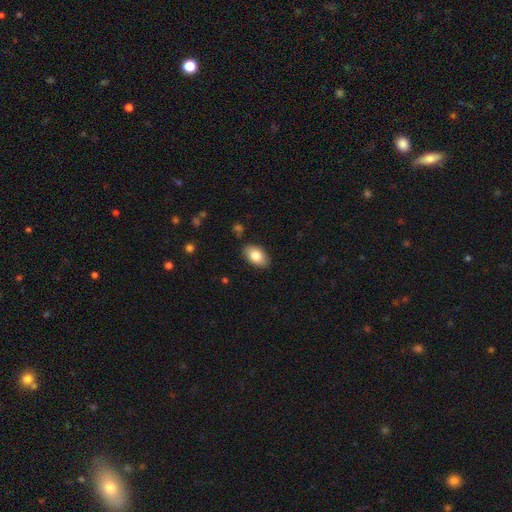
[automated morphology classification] The model was most divided on "smooth or featured": smooth: 82%, featured or disk: 11%, star or artifact: 7%. More confident: how rounded — in between (93%); merging — none (86%).